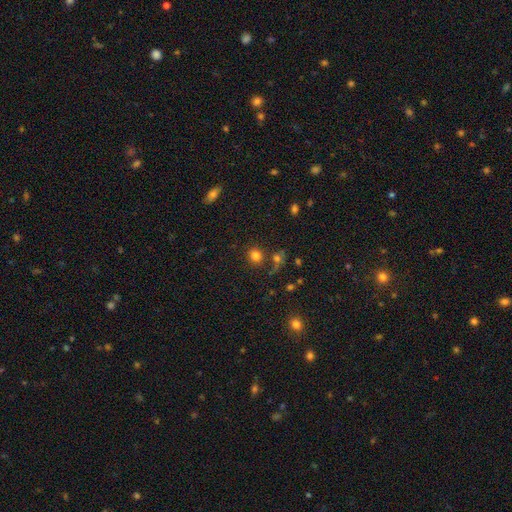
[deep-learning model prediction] A smooth galaxy with no disk features (79%) that is round (80%).

Vote fractions:
- Smooth or featured? smooth: 79% / star or artifact: 14% / featured or disk: 7%
- How rounded? round: 80% / in between: 19% / cigar-shaped: 1%
- Merging? none: 73% / merger: 13% / minor disturbance: 10% / major disturbance: 5%